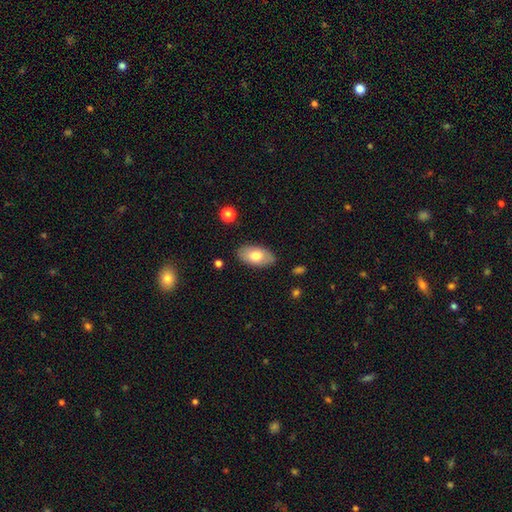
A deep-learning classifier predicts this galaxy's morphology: A smooth galaxy with no disk features (72%) that is in between round and cigar-shaped (94%).

Vote fractions:
- Smooth or featured? smooth: 72% / featured or disk: 22% / star or artifact: 6%
- How rounded? in between: 94% / round: 4% / cigar-shaped: 2%
- Merging? none: 85% / minor disturbance: 11% / major disturbance: 2% / merger: 1%